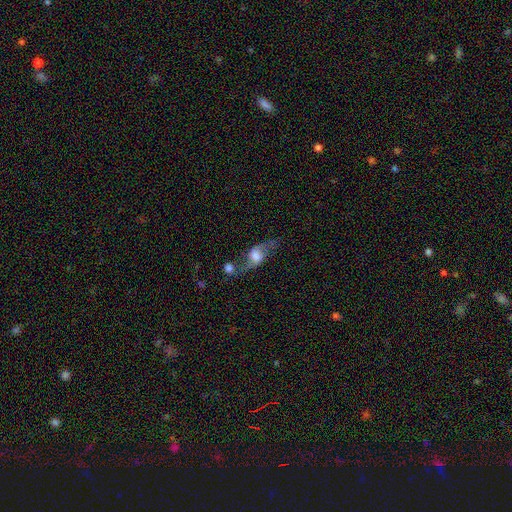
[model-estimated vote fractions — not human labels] A featured or disk galaxy (66%) with no bar (49%), spiral arms (86%) and a large central bulge (40%). Merging: none (40%).